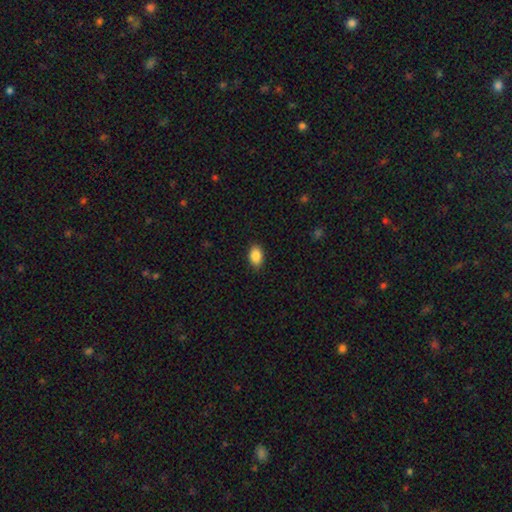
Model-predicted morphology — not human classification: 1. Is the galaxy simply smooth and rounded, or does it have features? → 87% smooth, 8% star or artifact, 5% featured or disk.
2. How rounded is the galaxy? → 87% in between, 12% round, 1% cigar-shaped.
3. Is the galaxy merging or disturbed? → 88% none, 9% minor disturbance, 2% major disturbance, 1% merger.